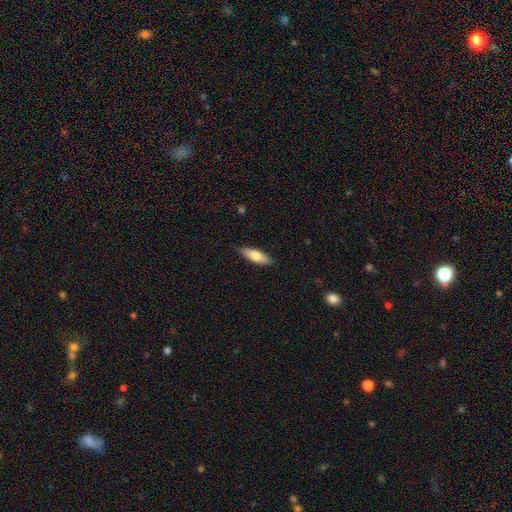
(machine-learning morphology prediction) This is likely a smooth galaxy (72%). How rounded: possibly in between (51%). Merging: clearly none (86%).